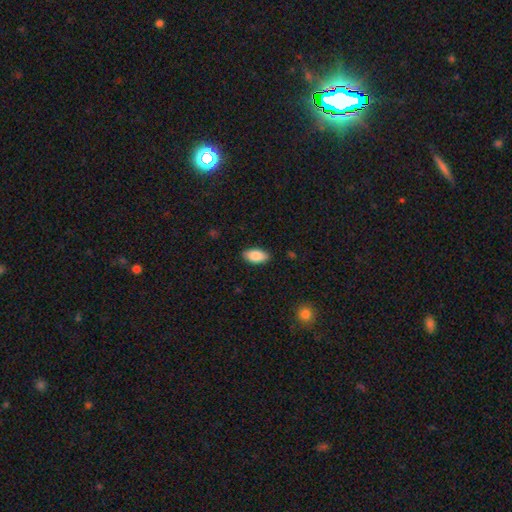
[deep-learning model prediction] Q: Smooth or featured?
A: smooth (87%); runner-up: star or artifact (6%)
Q: How rounded?
A: in between (94%); runner-up: cigar-shaped (3%)
Q: Merging?
A: none (88%); runner-up: minor disturbance (9%)